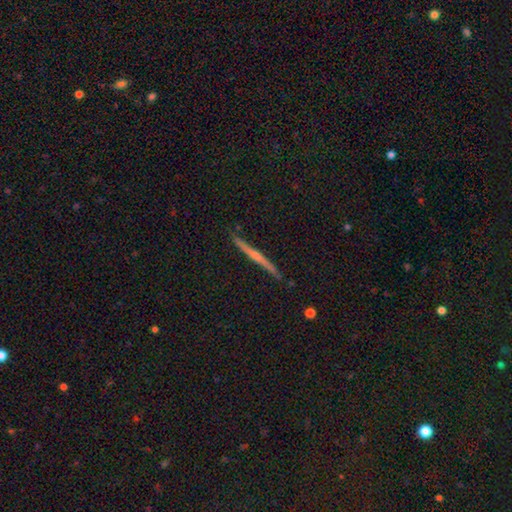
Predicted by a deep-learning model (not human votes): Overall: featured or disk (70%). Edge-on disk: yes (98%). Edge-on bulge: rounded (54%; none 37%). Merging: none (89%).